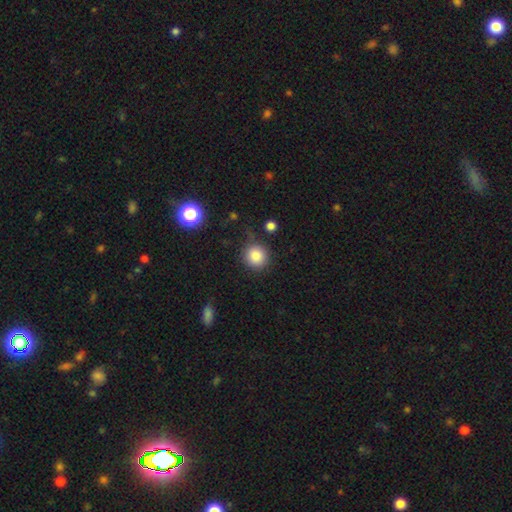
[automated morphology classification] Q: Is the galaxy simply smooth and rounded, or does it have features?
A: smooth — 85%.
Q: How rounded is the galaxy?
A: round — 92%.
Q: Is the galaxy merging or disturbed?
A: none — 79%.